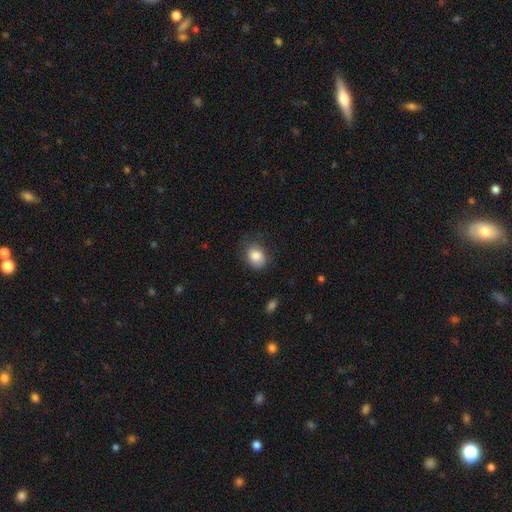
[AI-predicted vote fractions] Smooth or featured? Predicted: smooth (p=0.84). How rounded? Predicted: in between (p=0.51). Merging? Predicted: none (p=0.71).